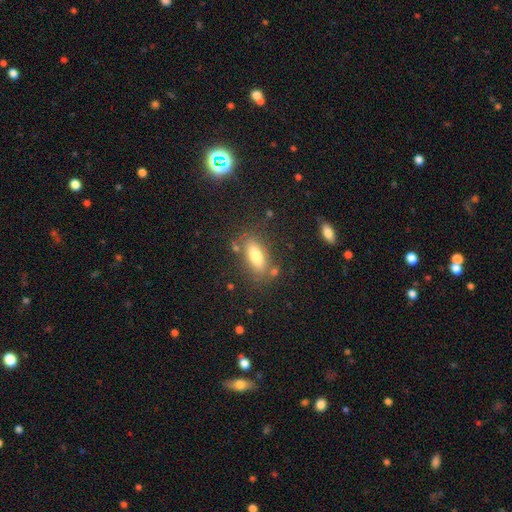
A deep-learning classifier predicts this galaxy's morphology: Smooth or featured? smooth (76%)
How rounded? in between (74%)
Merging? none (76%)